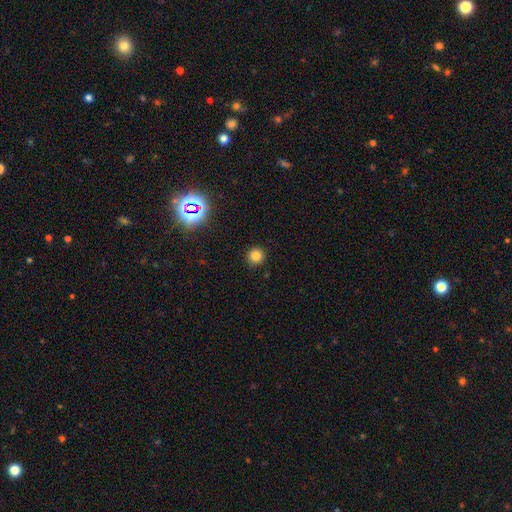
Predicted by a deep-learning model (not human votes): Morphology: type=smooth (81%); roundness=round (93%); merging=none (91%).